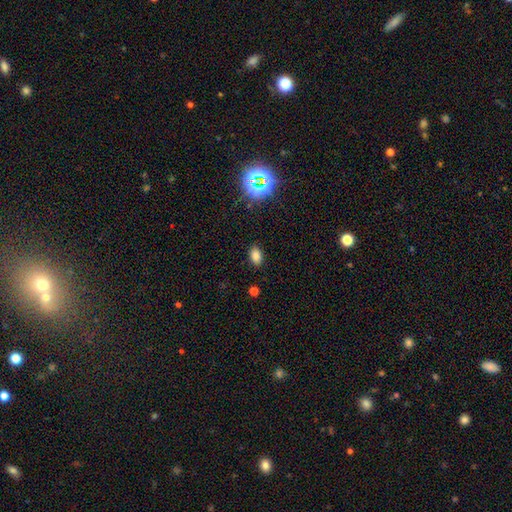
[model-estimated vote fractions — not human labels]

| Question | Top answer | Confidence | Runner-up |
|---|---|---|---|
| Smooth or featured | smooth | 78% | star or artifact (16%) |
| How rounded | in between | 87% | round (11%) |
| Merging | none | 87% | minor disturbance (9%) |